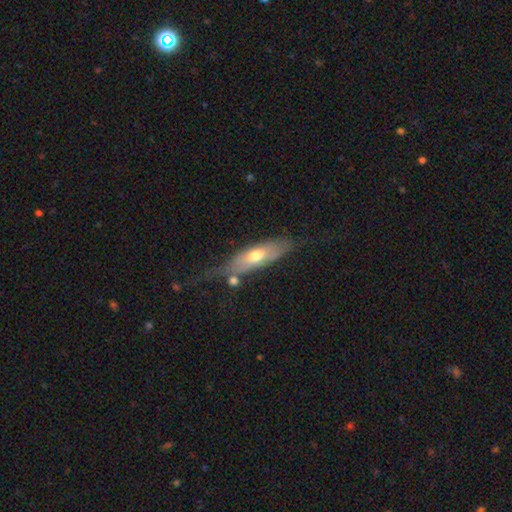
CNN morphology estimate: This is possibly a smooth galaxy (53%). How rounded: possibly in between (53%). Merging: possibly none (50%).